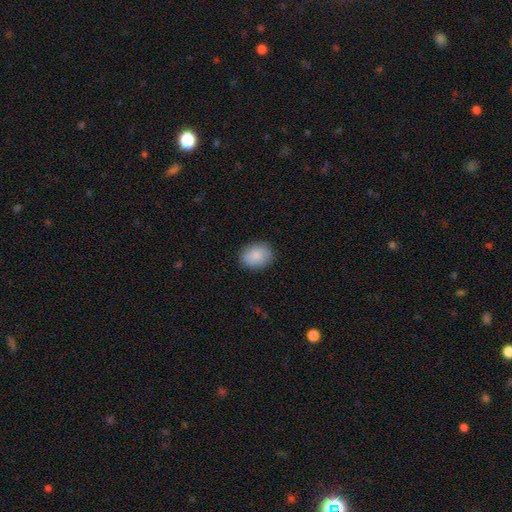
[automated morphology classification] This is clearly a smooth galaxy (86%). How rounded: possibly in between (59%). Merging: clearly none (85%).